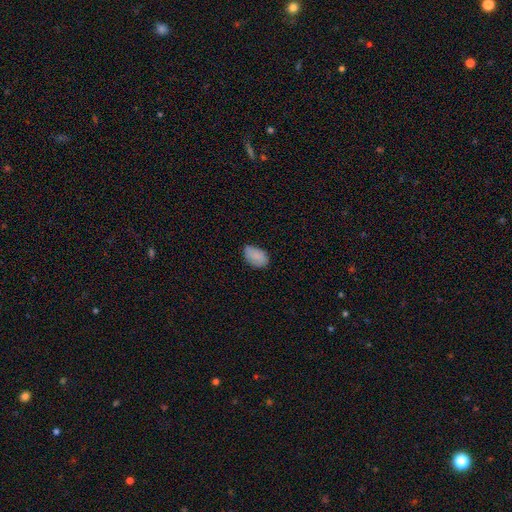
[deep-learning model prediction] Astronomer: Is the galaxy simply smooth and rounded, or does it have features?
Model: smooth — 86%.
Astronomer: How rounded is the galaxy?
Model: in between — 91%.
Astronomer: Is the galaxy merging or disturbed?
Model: none — 69%.